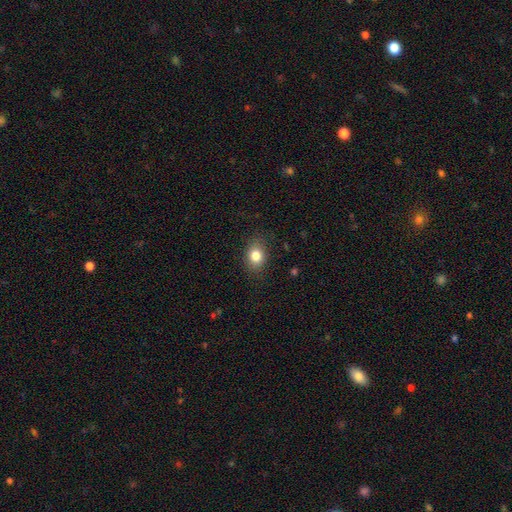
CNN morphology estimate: The model was most divided on "how rounded": in between: 62%, round: 36%, cigar-shaped: 1%. More confident: merging — none (83%); smooth or featured — smooth (82%).